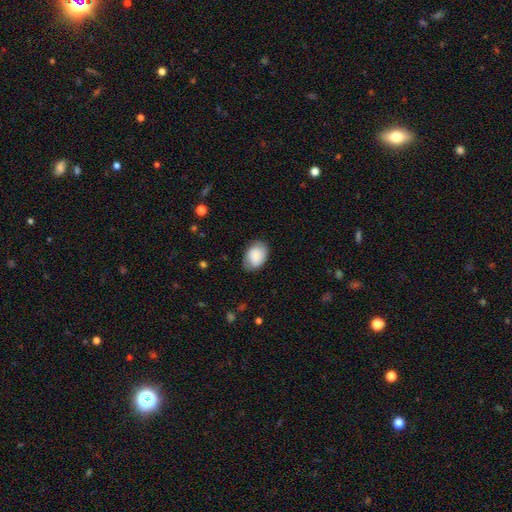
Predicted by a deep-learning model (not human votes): Overall: smooth (81%). How rounded: in between (79%). Merging: none (75%).